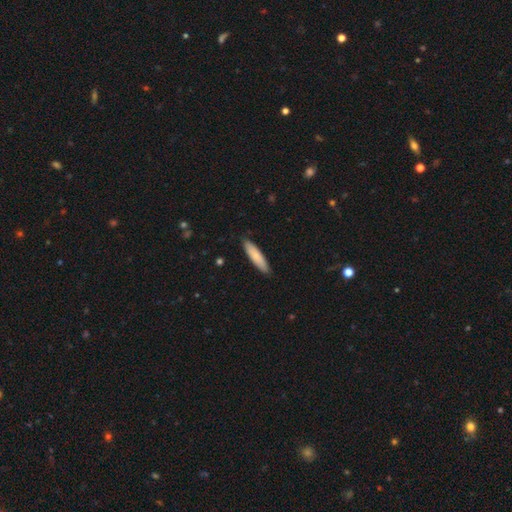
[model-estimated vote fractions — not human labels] Morphology: type=smooth (82%); roundness=cigar-shaped (76%); merging=none (89%).